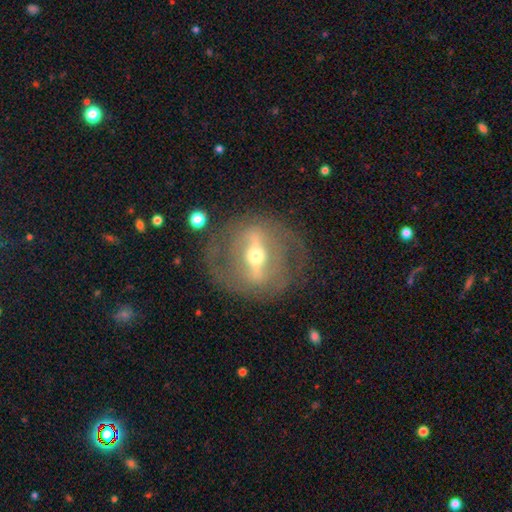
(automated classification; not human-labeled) smooth_or_featured: featured or disk (p=0.79) [alt: smooth p=0.14]
disk_edge_on: no (p=0.75) [alt: yes p=0.25]
bar: strong (p=0.76) [alt: weak p=0.15]
has_spiral_arms: no (p=0.67) [alt: yes p=0.33]
bulge_size: moderate (p=0.60) [alt: small p=0.33]
merging: none (p=0.73) [alt: minor disturbance p=0.14]